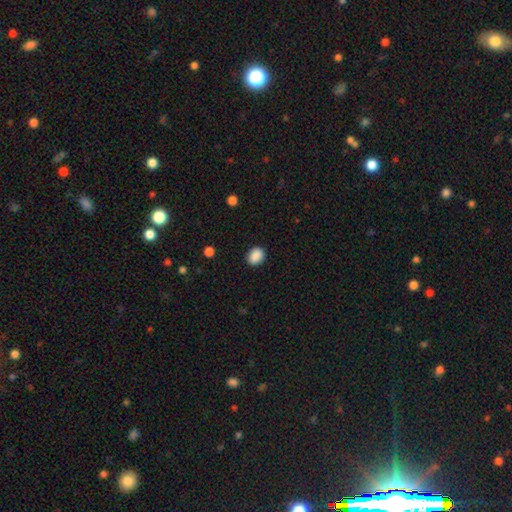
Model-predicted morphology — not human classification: Q: Smooth or featured?
A: smooth (89%); runner-up: star or artifact (8%)
Q: How rounded?
A: in between (57%); runner-up: round (42%)
Q: Merging?
A: none (88%); runner-up: minor disturbance (9%)